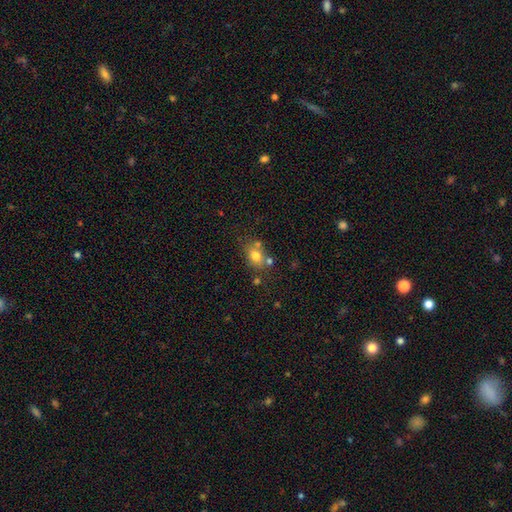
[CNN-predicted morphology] smooth-or-featured: smooth: 73% | featured or disk: 14% | star or artifact: 13%
  how-rounded: in between: 55% | round: 43% | cigar-shaped: 2%
  merging: none: 59% | merger: 20% | minor disturbance: 15% | major disturbance: 6%